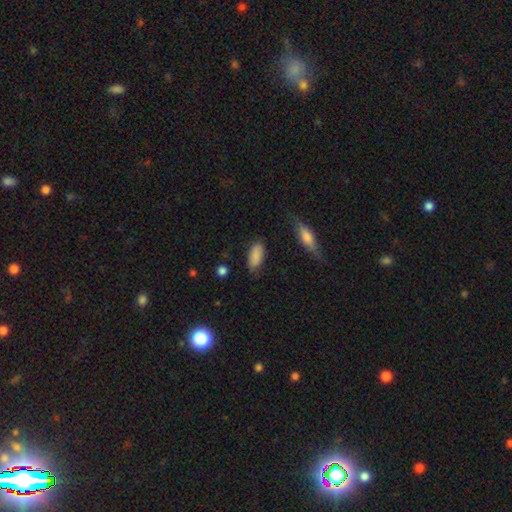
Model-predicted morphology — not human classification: smooth_or_featured: smooth (p=0.83) [alt: featured or disk p=0.10]
how_rounded: in between (p=0.91) [alt: cigar-shaped p=0.07]
merging: none (p=0.73) [alt: minor disturbance p=0.20]